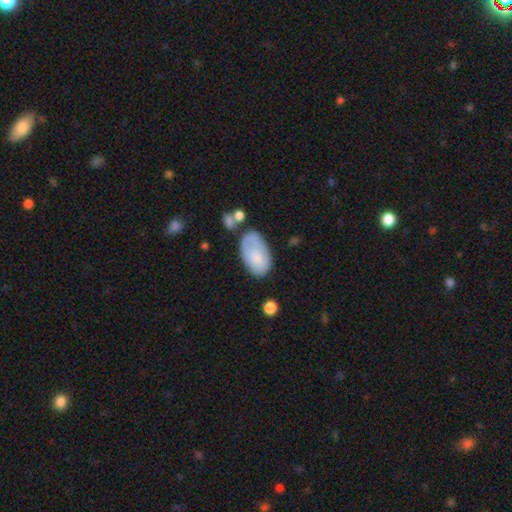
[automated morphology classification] A smooth galaxy with no disk features (71%) that is in between round and cigar-shaped (94%). Merging: none (51%).